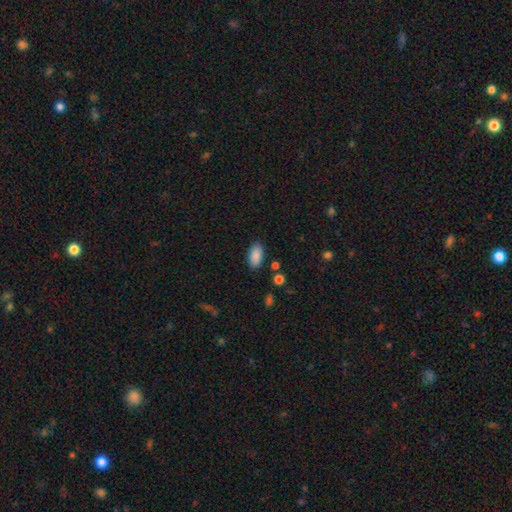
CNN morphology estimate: A smooth galaxy with no disk features (89%) that is in between round and cigar-shaped (92%). Merging: none (86%).